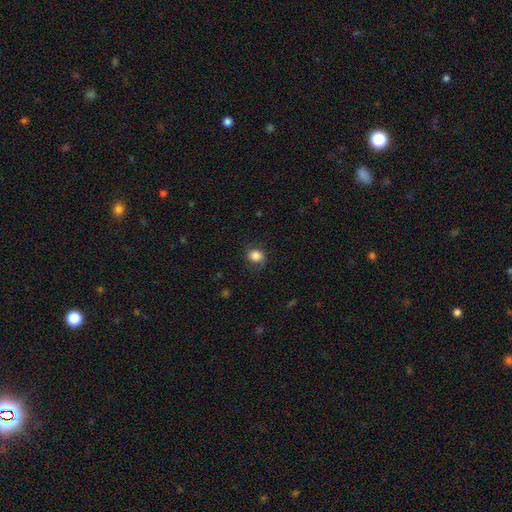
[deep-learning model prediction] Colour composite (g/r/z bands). It shows a smooth galaxy with no disk features (83%) that is round (61%). Merging: none (76%).